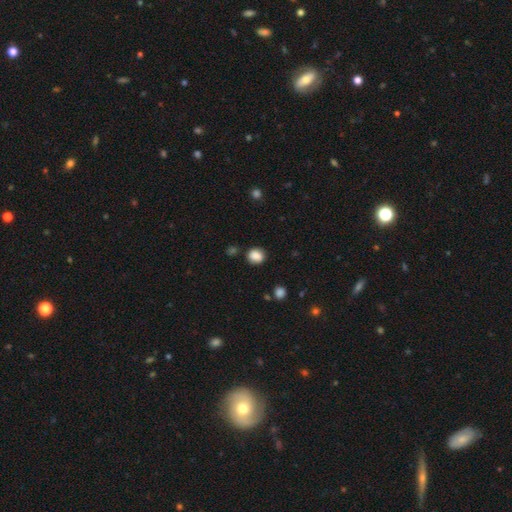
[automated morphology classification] smooth 86%, star or artifact 10%, featured or disk 4%. Down the decision tree: how rounded — round (70%); merging — none (82%).